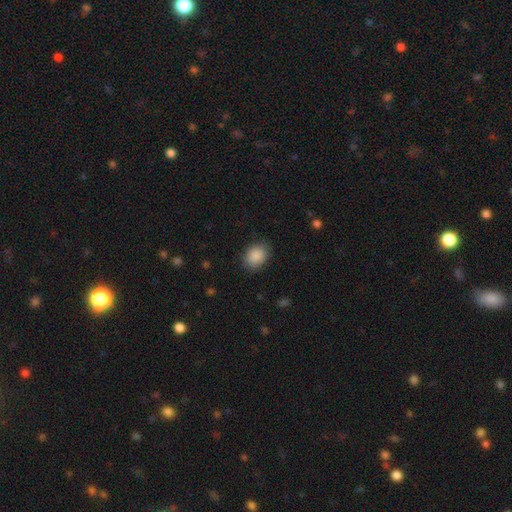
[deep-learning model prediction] smooth-or-featured: smooth: 89% | star or artifact: 7% | featured or disk: 3%
  how-rounded: in between: 67% | round: 32% | cigar-shaped: 1%
  merging: none: 85% | minor disturbance: 11% | major disturbance: 3% | merger: 1%